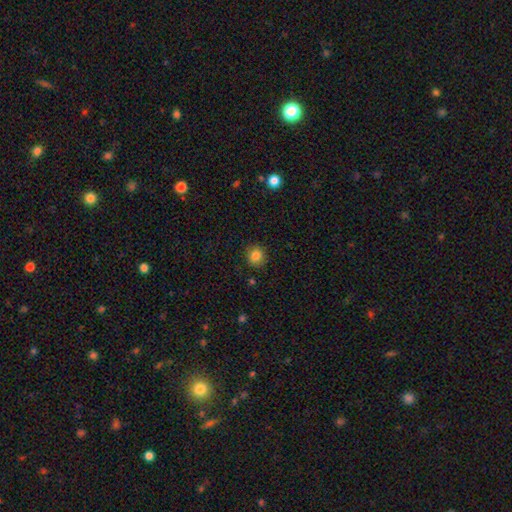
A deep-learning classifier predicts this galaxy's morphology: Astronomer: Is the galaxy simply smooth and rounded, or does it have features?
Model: smooth — 83%.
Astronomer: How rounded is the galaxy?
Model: round — 90%.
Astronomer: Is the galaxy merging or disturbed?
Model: none — 89%.